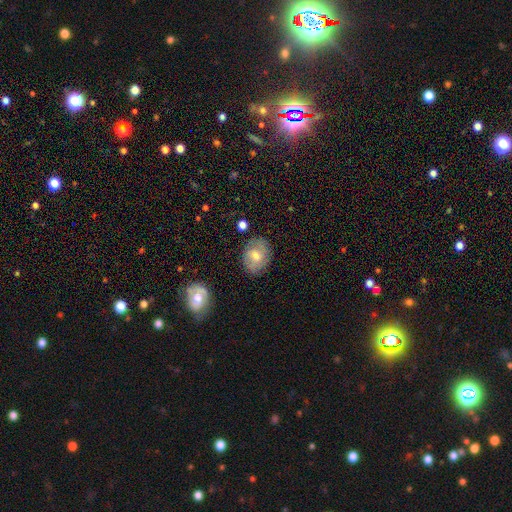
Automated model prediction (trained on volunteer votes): A smooth galaxy with no disk features (48%). Merging: none (77%).